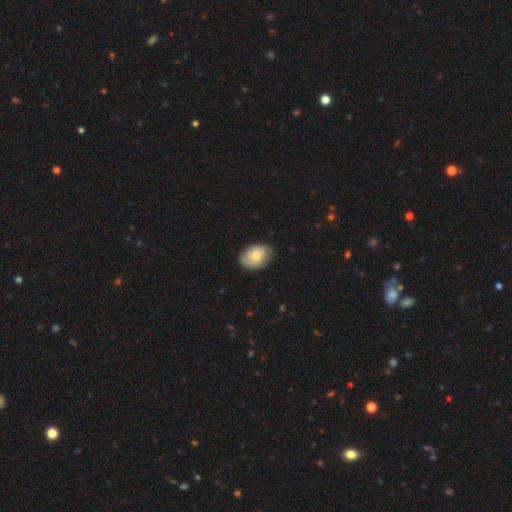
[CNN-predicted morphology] Q: Smooth or featured?
A: smooth (69%); runner-up: featured or disk (25%)
Q: How rounded?
A: in between (82%); runner-up: round (16%)
Q: Merging?
A: none (74%); runner-up: minor disturbance (21%)